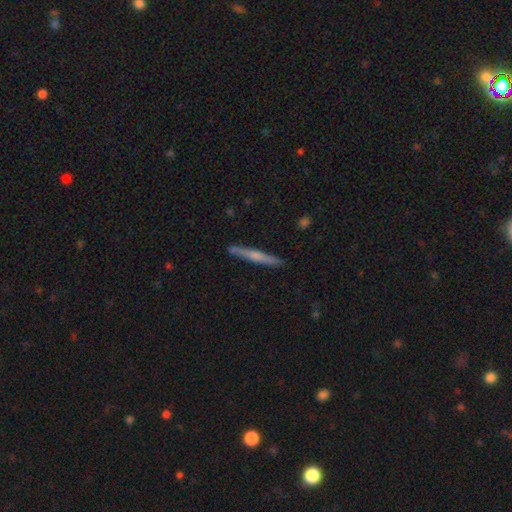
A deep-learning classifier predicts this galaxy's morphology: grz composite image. It shows a featured or disk galaxy (48%). Merging: none (88%).